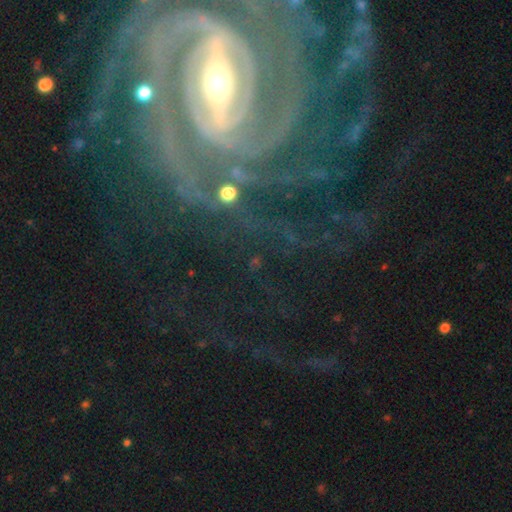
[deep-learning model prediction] Smooth or featured? featured or disk (89%)
Edge-on disk? no (96%)
Bar? strong (62%)
Spiral arms? yes (96%)
Spiral winding? tight (63%)
Spiral arm count? can't tell (20%, tied with 2)
Bulge size? small (48%)
Merging? none (62%)